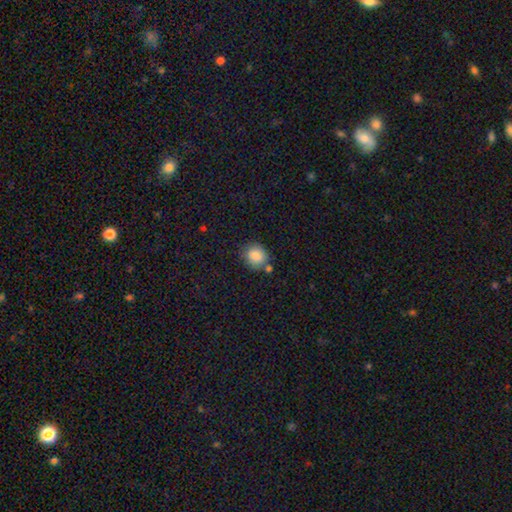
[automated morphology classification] Q: Smooth or featured?
A: smooth (87%); runner-up: star or artifact (8%)
Q: How rounded?
A: round (77%); runner-up: in between (22%)
Q: Merging?
A: none (68%); runner-up: minor disturbance (16%)